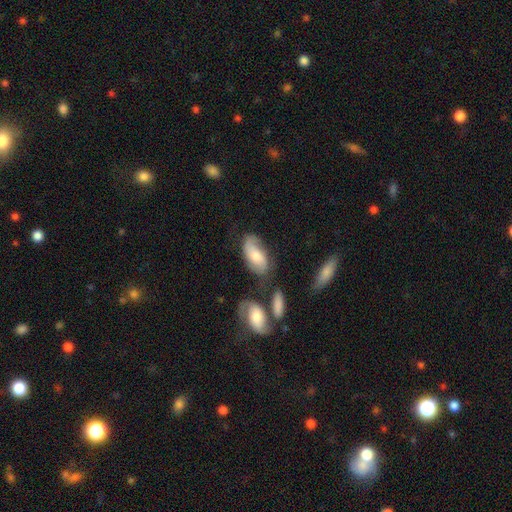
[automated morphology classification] smooth_or_featured: smooth (p=0.50) [alt: featured or disk p=0.43]
merging: none (p=0.51) [alt: minor disturbance p=0.24]